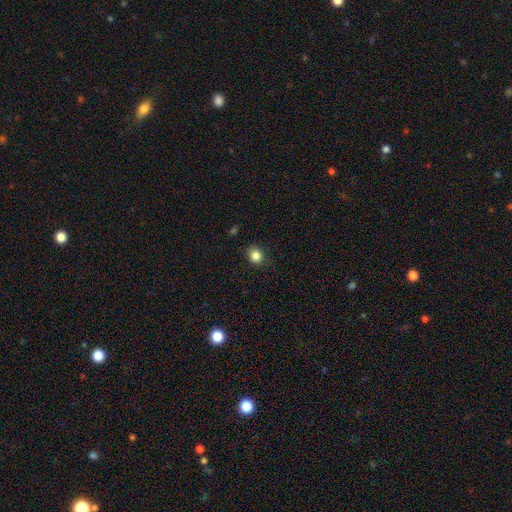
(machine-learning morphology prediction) smooth-or-featured: smooth: 84% | star or artifact: 11% | featured or disk: 5%
  how-rounded: round: 70% | in between: 29% | cigar-shaped: 1%
  merging: none: 84% | minor disturbance: 12% | major disturbance: 3% | merger: 1%